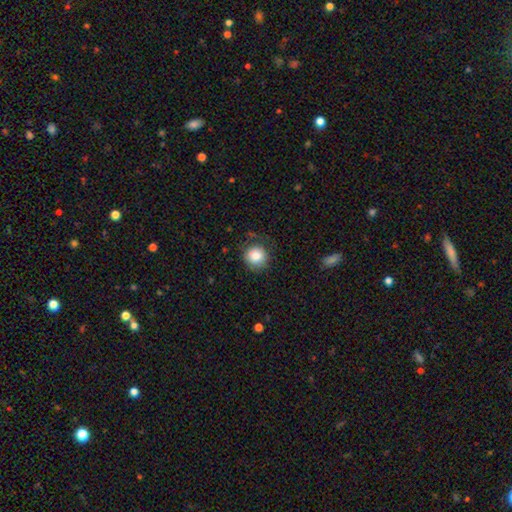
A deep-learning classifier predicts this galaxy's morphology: The model was most divided on "merging": none: 78%, minor disturbance: 15%, major disturbance: 6%, merger: 1%. More confident: how rounded — round (91%); smooth or featured — smooth (84%).